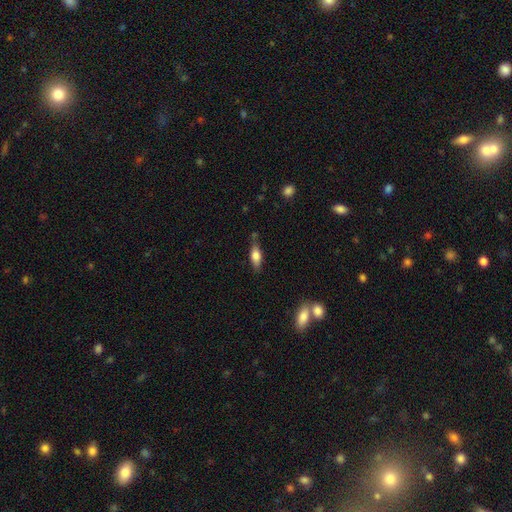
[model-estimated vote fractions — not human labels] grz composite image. It shows a smooth galaxy with no disk features (71%) that is in between round and cigar-shaped (72%). Merging: none (70%).